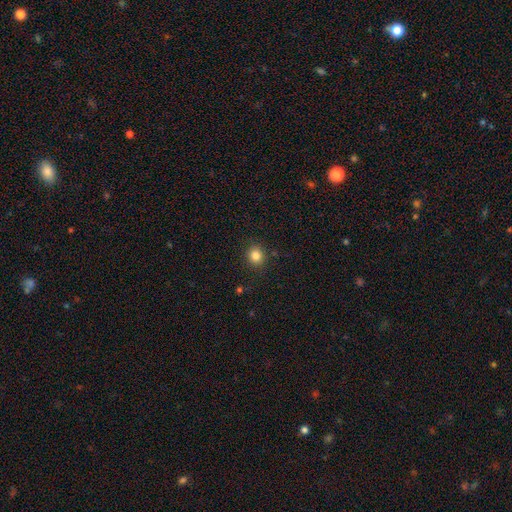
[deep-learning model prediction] Overall: smooth (83%). How rounded: round (86%). Merging: none (88%).